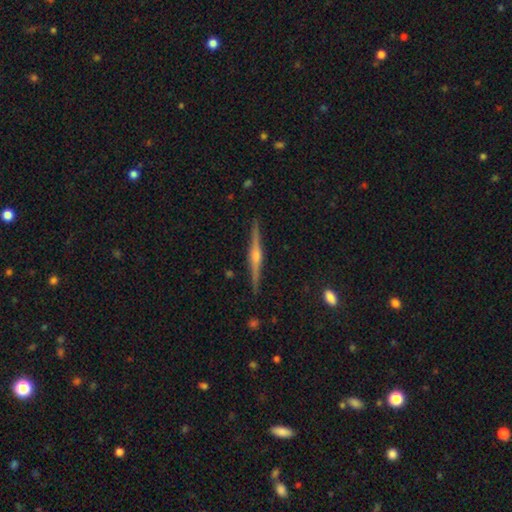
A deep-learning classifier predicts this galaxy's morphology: Overall: featured or disk (83%). Edge-on disk: yes (98%). Edge-on bulge: rounded (83%). Merging: none (91%).